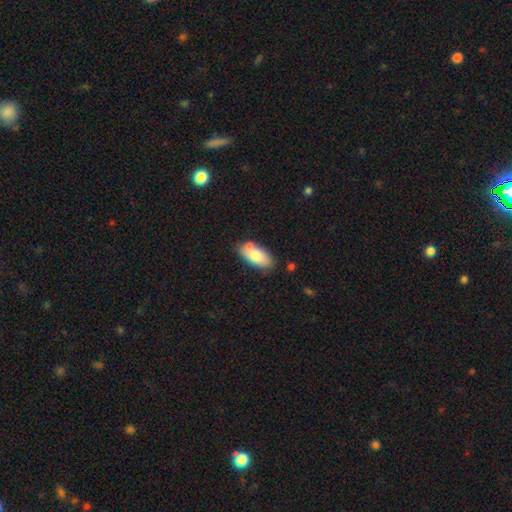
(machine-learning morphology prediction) Smooth or featured?
  - smooth: 80% *
  - featured or disk: 14%
  - star or artifact: 6%
How rounded?
  - in between: 92% *
  - cigar-shaped: 6%
  - round: 2%
Merging?
  - none: 72% *
  - minor disturbance: 16%
  - merger: 9%
  - major disturbance: 3%